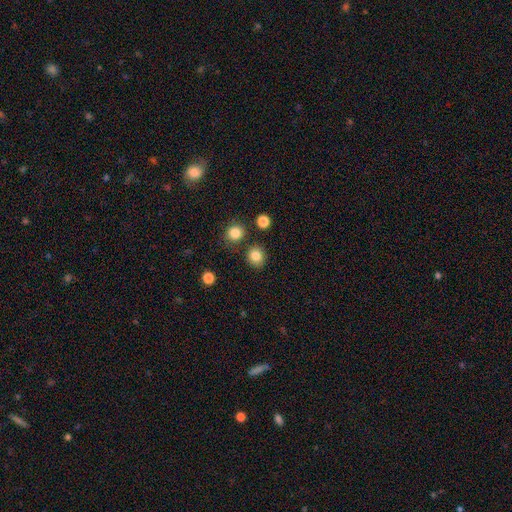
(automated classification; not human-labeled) This is clearly a smooth galaxy (84%). How rounded: clearly round (85%). Merging: clearly none (84%).